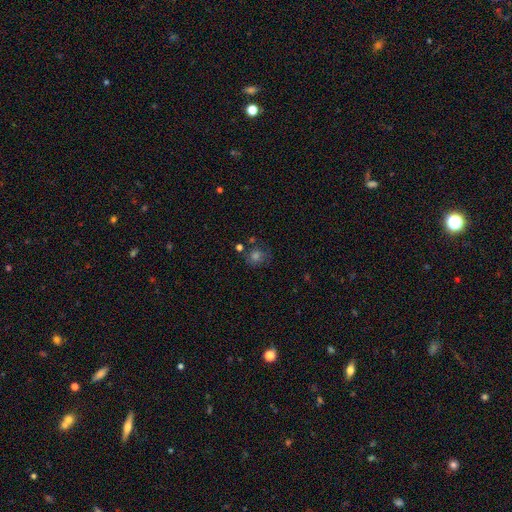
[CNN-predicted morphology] smooth 59%, star or artifact 24%, featured or disk 17%. Down the decision tree: how rounded — round (79%); merging — none (68%).